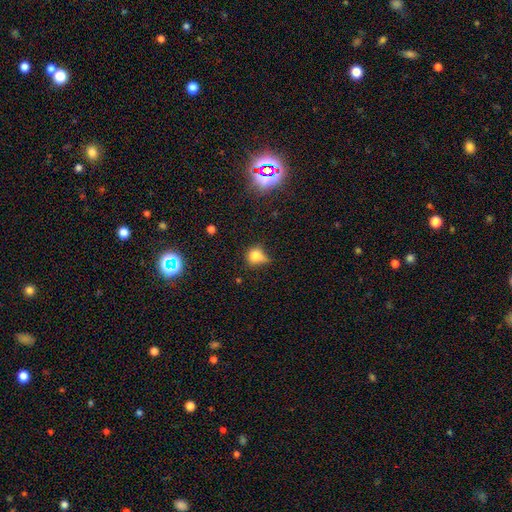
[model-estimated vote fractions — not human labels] Morphology: type=smooth (74%); roundness=round (64%); merging=none (40%).